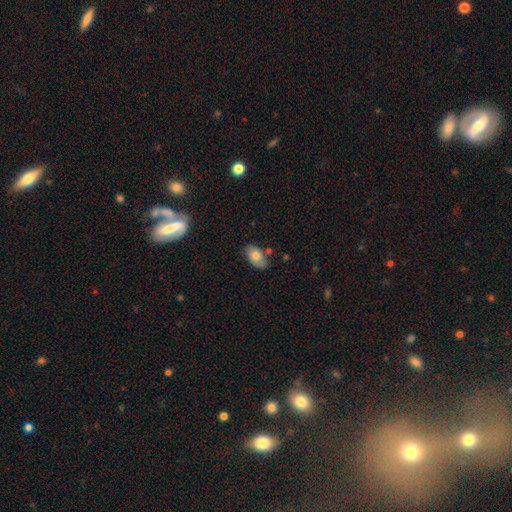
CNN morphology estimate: A smooth galaxy with no disk features (73%) that is in between round and cigar-shaped (93%).

Vote fractions:
- Smooth or featured? smooth: 73% / featured or disk: 19% / star or artifact: 7%
- How rounded? in between: 93% / round: 6% / cigar-shaped: 2%
- Merging? none: 72% / minor disturbance: 19% / merger: 6% / major disturbance: 4%